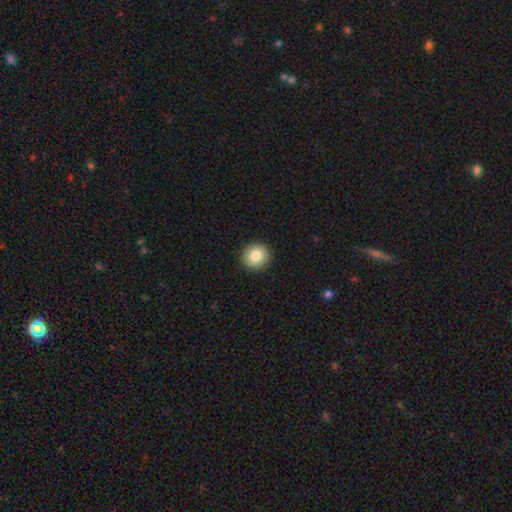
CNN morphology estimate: Q: Smooth or featured?
A: smooth (85%); runner-up: star or artifact (8%)
Q: How rounded?
A: round (92%); runner-up: in between (7%)
Q: Merging?
A: none (93%); runner-up: minor disturbance (5%)